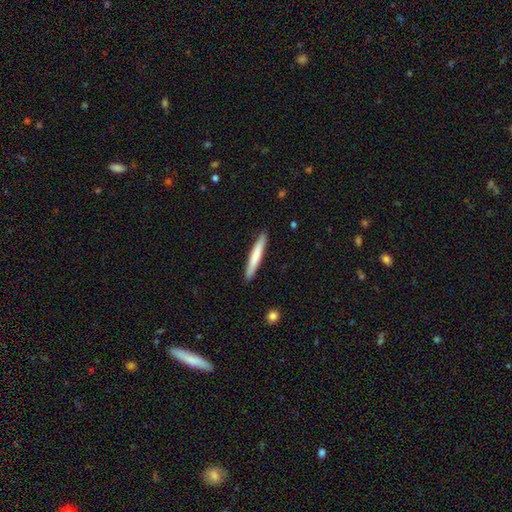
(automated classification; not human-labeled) Overall: smooth (72%). How rounded: cigar-shaped (95%). Merging: none (90%).